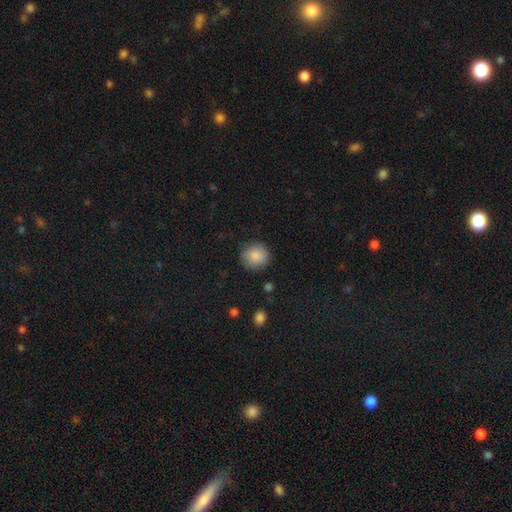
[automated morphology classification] Smooth or featured? smooth (87%)
How rounded? round (89%)
Merging? none (83%)